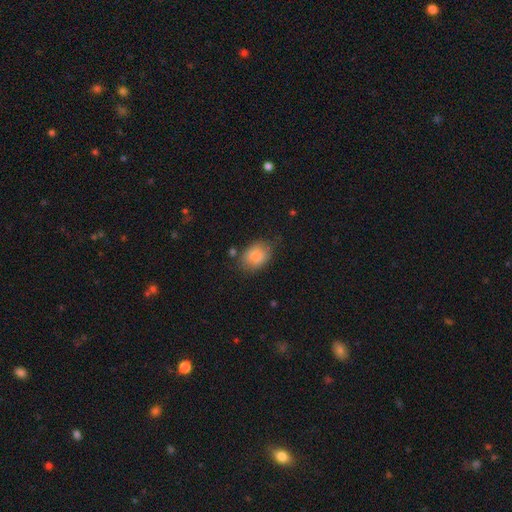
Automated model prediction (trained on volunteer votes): A smooth galaxy with no disk features (80%) that is in between round and cigar-shaped (71%).

Vote fractions:
- Smooth or featured? smooth: 80% / featured or disk: 11% / star or artifact: 9%
- How rounded? in between: 71% / round: 27% / cigar-shaped: 1%
- Merging? none: 58% / minor disturbance: 27% / major disturbance: 9% / merger: 5%